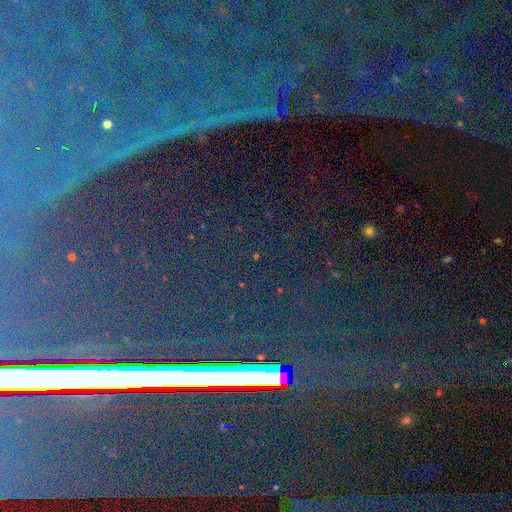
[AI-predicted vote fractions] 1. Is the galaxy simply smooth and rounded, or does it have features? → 80% star or artifact, 10% featured or disk, 10% smooth.